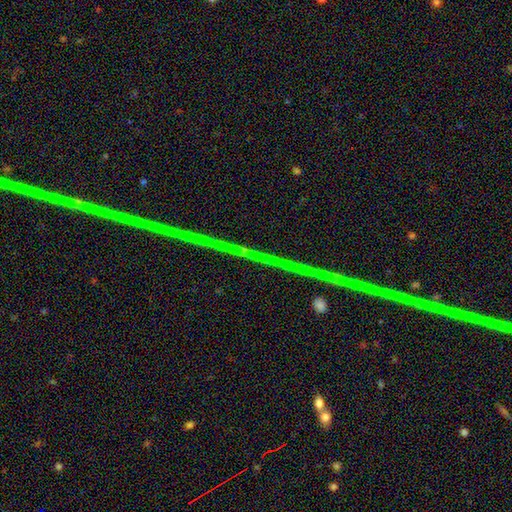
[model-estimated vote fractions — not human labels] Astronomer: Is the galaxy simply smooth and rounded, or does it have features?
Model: star or artifact — 66%.